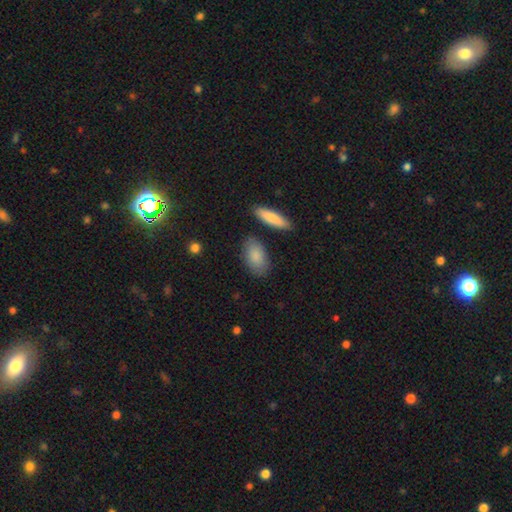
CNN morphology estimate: Overall: smooth (87%). How rounded: in between (90%). Merging: none (81%).